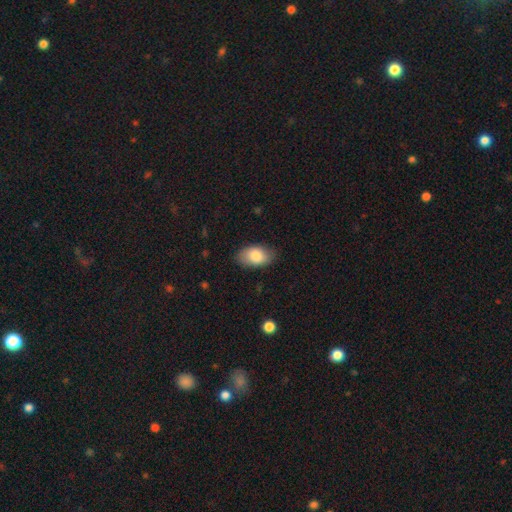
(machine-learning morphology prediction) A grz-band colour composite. It shows a smooth galaxy with no disk features (81%) that is in between round and cigar-shaped (93%). Merging: none (83%).